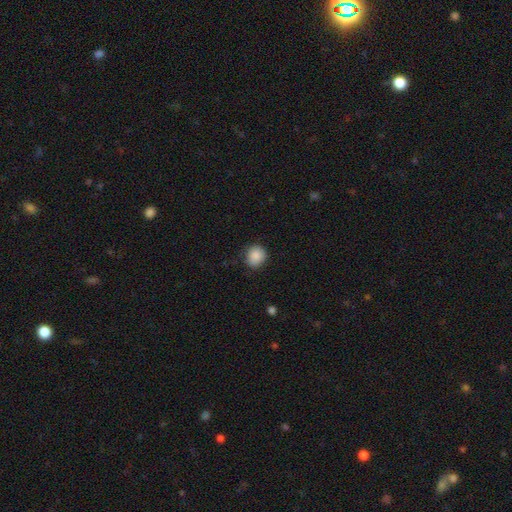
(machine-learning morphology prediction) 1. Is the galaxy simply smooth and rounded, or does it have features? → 88% smooth, 8% star or artifact, 4% featured or disk.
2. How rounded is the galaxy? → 80% round, 19% in between, 1% cigar-shaped.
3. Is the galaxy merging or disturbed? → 81% none, 15% minor disturbance, 3% major disturbance, 1% merger.